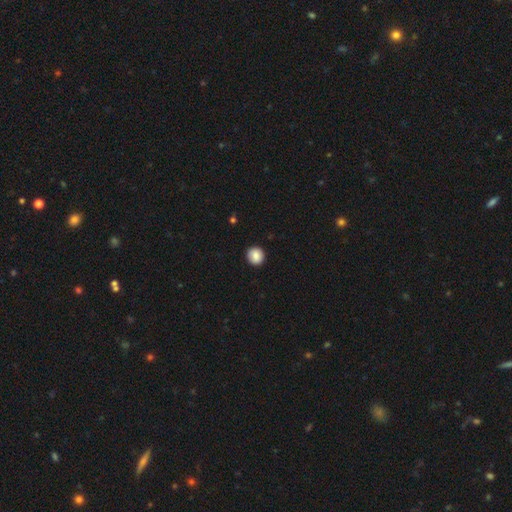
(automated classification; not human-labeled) smooth_or_featured: smooth (p=0.87) [alt: star or artifact p=0.08]
how_rounded: round (p=0.89) [alt: in between p=0.10]
merging: none (p=0.91) [alt: minor disturbance p=0.06]